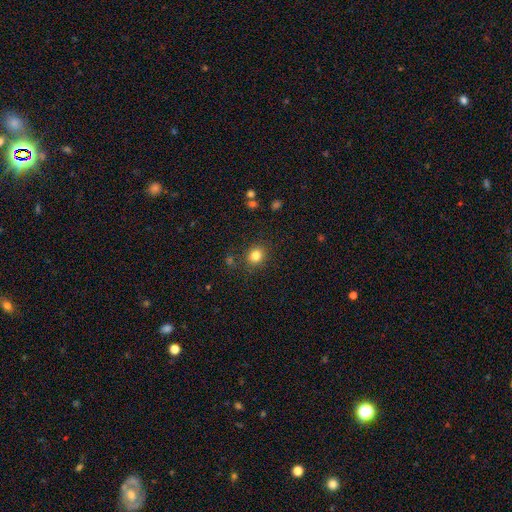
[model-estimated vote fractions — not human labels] Smooth or featured? Predicted: smooth (p=0.82). How rounded? Predicted: round (p=0.69). Merging? Predicted: none (p=0.85).